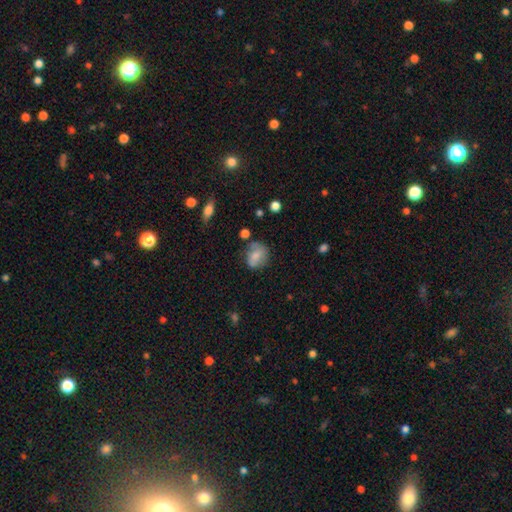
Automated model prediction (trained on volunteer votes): smooth_or_featured: smooth (p=0.71) [alt: featured or disk p=0.20]
how_rounded: in between (p=0.51) [alt: round p=0.48]
merging: none (p=0.58) [alt: minor disturbance p=0.26]